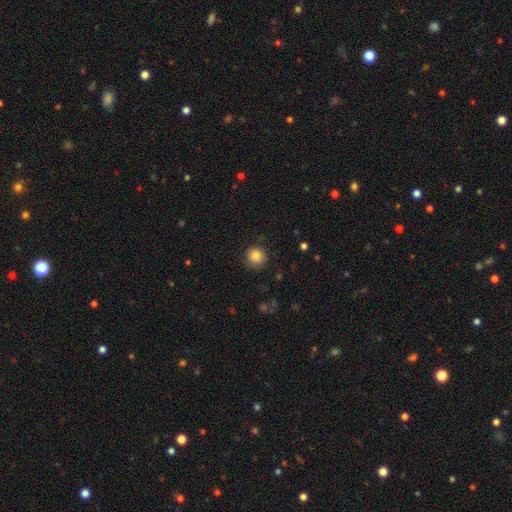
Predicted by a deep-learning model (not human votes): The model was most divided on "smooth or featured": smooth: 85%, star or artifact: 10%, featured or disk: 5%. More confident: how rounded — round (92%); merging — none (87%).